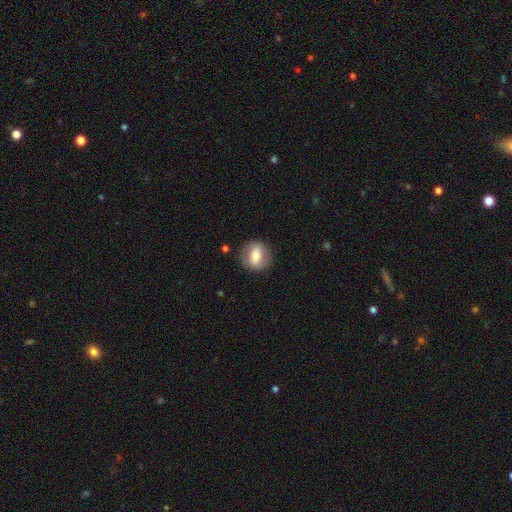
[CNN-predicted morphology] smooth-or-featured: smooth: 62% | featured or disk: 31% | star or artifact: 8%
  how-rounded: round: 62% | in between: 36% | cigar-shaped: 2%
  merging: none: 82% | minor disturbance: 12% | major disturbance: 5% | merger: 1%